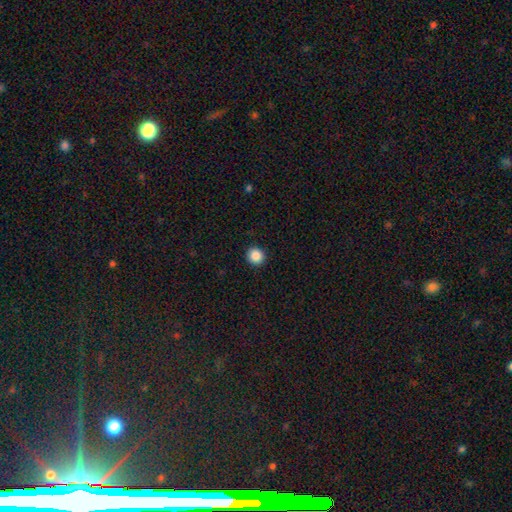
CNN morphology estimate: This is clearly a smooth galaxy (87%). How rounded: clearly round (92%). Merging: clearly none (93%).